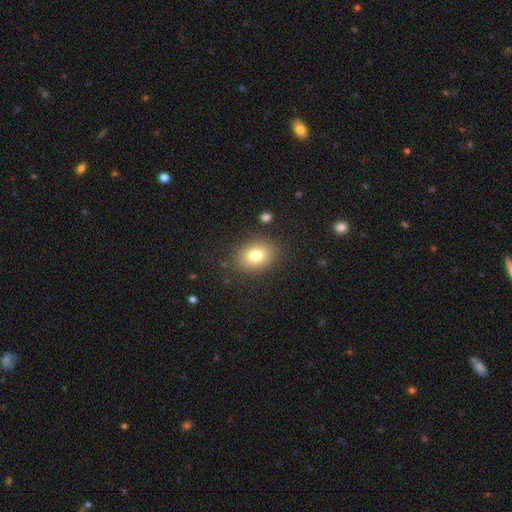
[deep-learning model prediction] This appears to be a smooth galaxy with no disk features (79%) that is in between round and cigar-shaped (67%). Merging: none (85%).